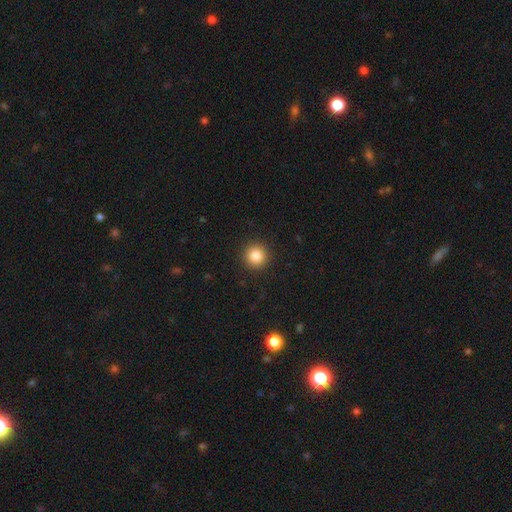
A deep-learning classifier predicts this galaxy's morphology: smooth_or_featured: smooth (p=0.85) [alt: star or artifact p=0.10]
how_rounded: round (p=0.95) [alt: in between p=0.04]
merging: none (p=0.92) [alt: minor disturbance p=0.05]